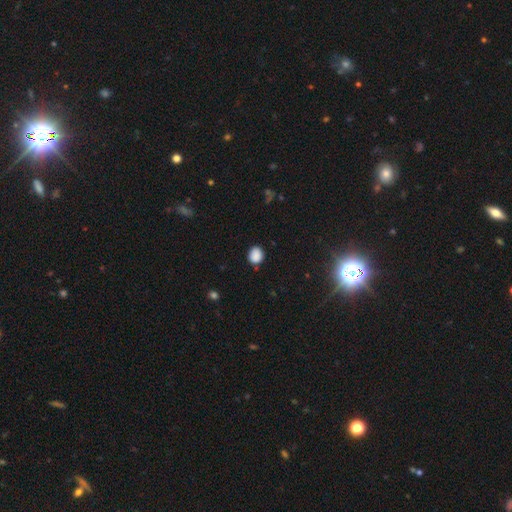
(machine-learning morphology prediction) This appears to be a smooth galaxy with no disk features (87%) that is round (67%). Merging: none (83%).